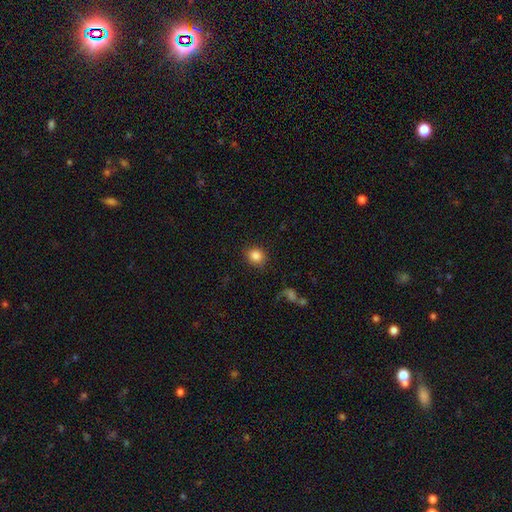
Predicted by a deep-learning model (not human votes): Overall: smooth (85%). How rounded: round (76%). Merging: none (87%).